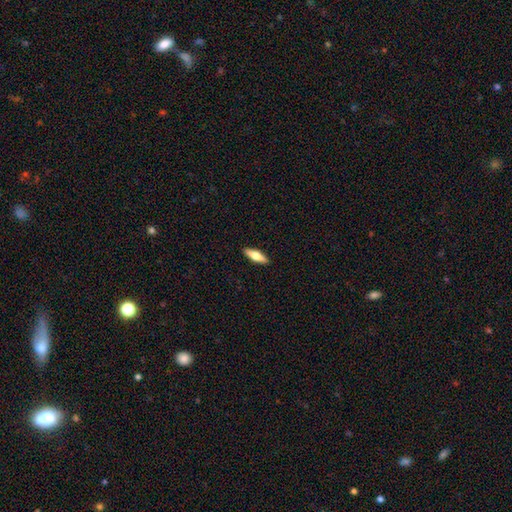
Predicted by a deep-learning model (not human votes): A smooth galaxy with no disk features (54%) that is cigar-shaped (52%). Merging: none (91%).